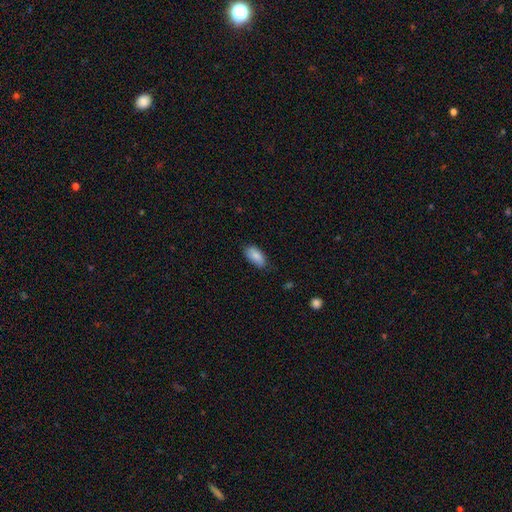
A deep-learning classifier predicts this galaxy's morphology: Smooth or featured: smooth — 85% (featured or disk — 9%)
How rounded: in between — 93% (cigar-shaped — 5%)
Merging: none — 75% (minor disturbance — 20%)